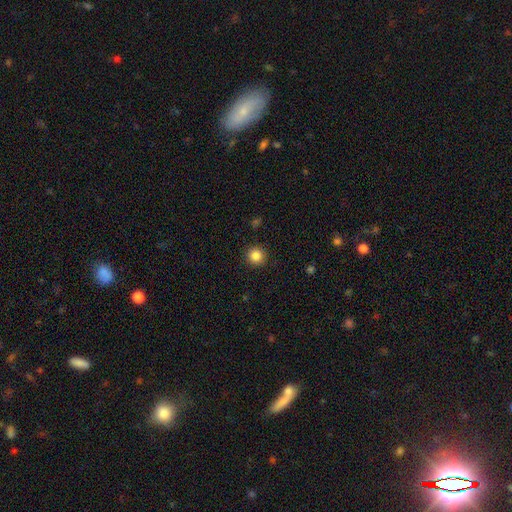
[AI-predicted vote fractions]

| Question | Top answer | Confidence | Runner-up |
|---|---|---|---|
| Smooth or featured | smooth | 85% | star or artifact (11%) |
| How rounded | round | 93% | in between (6%) |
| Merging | none | 92% | minor disturbance (5%) |